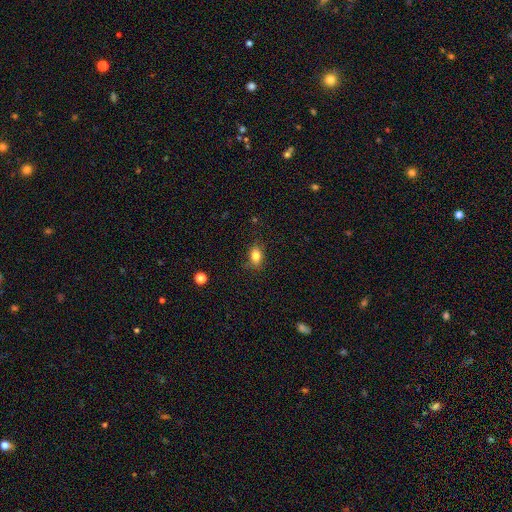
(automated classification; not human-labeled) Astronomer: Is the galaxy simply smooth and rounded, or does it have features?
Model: smooth — 82%.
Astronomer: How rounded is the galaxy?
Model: in between — 73%.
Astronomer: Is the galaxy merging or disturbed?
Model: none — 80%.